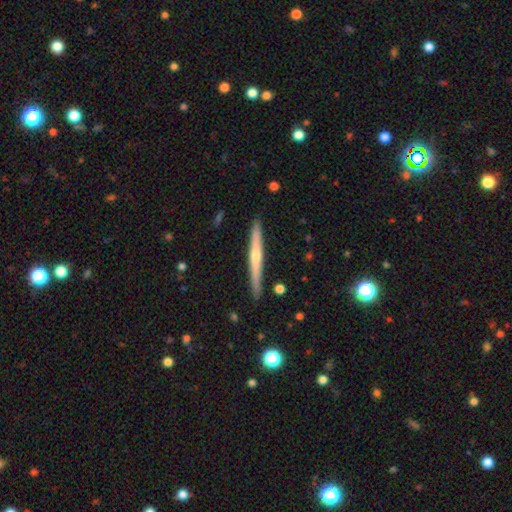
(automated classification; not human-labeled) The model was most divided on "smooth or featured": featured or disk: 68%, smooth: 26%, star or artifact: 6%. More confident: edge-on disk — yes (98%); merging — none (91%); edge-on bulge — rounded (75%).